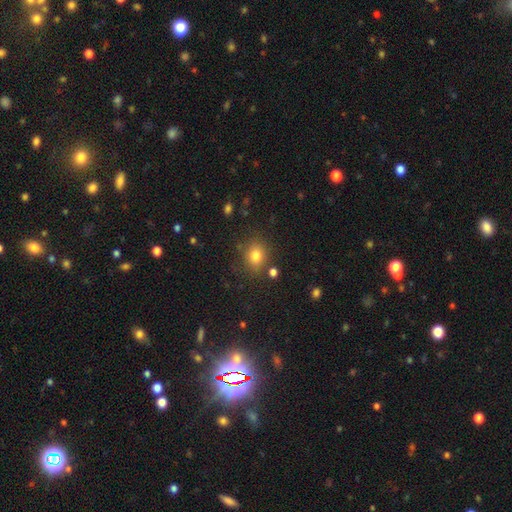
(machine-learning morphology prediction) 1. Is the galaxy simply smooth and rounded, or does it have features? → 79% smooth, 13% star or artifact, 8% featured or disk.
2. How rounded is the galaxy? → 63% round, 36% in between, 1% cigar-shaped.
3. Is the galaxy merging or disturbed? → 79% none, 12% minor disturbance, 5% merger, 4% major disturbance.